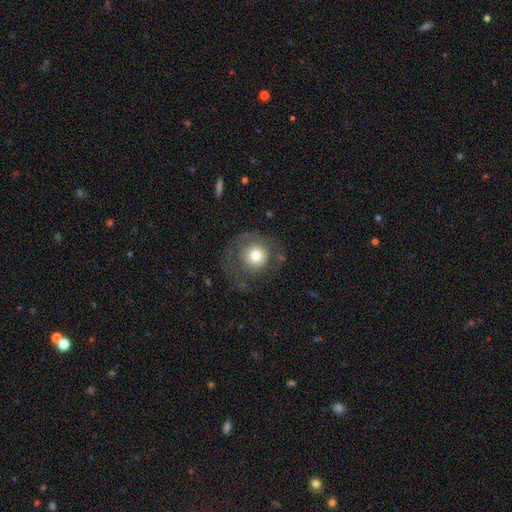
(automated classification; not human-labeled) A smooth galaxy with no disk features (62%) that is round (90%).

Vote fractions:
- Smooth or featured? smooth: 62% / featured or disk: 29% / star or artifact: 9%
- How rounded? round: 90% / in between: 9% / cigar-shaped: 1%
- Merging? none: 55% / major disturbance: 25% / minor disturbance: 18% / merger: 2%